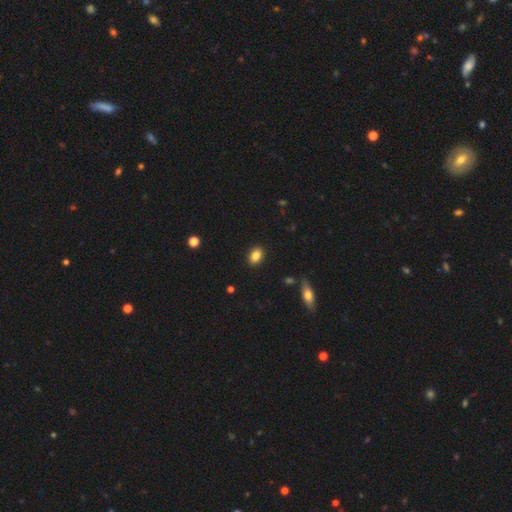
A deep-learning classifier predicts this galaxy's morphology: A smooth galaxy with no disk features (85%) that is in between round and cigar-shaped (82%).

Vote fractions:
- Smooth or featured? smooth: 85% / star or artifact: 8% / featured or disk: 7%
- How rounded? in between: 82% / round: 16% / cigar-shaped: 2%
- Merging? none: 89% / minor disturbance: 8% / major disturbance: 2% / merger: 1%